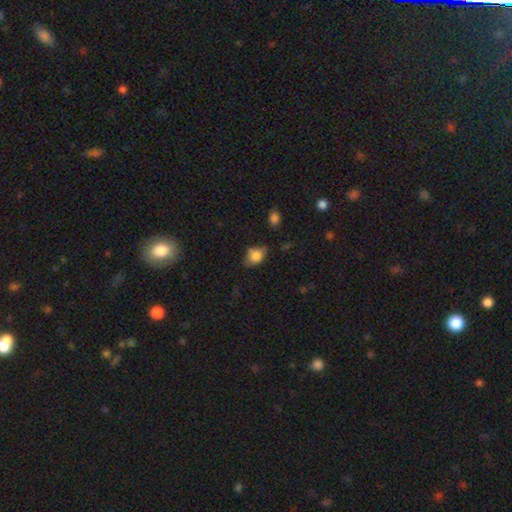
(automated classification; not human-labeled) smooth_or_featured: smooth (p=0.79) [alt: featured or disk p=0.12]
how_rounded: in between (p=0.73) [alt: round p=0.25]
merging: none (p=0.53) [alt: minor disturbance p=0.33]